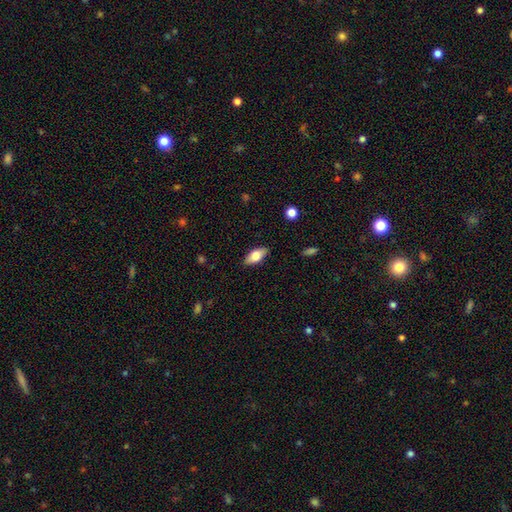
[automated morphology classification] Smooth or featured? smooth (72%)
How rounded? in between (86%)
Merging? none (86%)